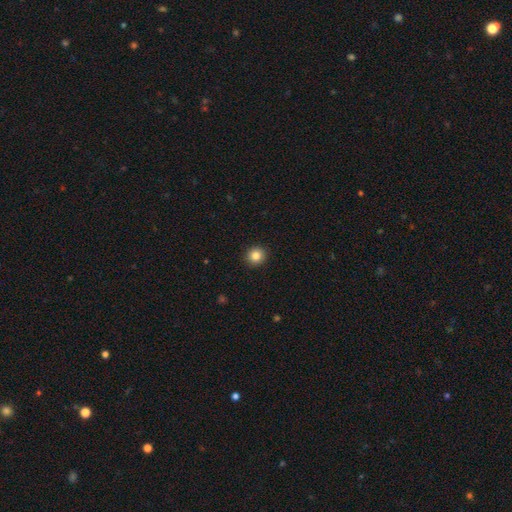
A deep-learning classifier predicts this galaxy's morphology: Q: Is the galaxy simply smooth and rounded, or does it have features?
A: smooth — 84%.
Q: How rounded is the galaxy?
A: round — 93%.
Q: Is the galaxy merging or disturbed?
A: none — 93%.